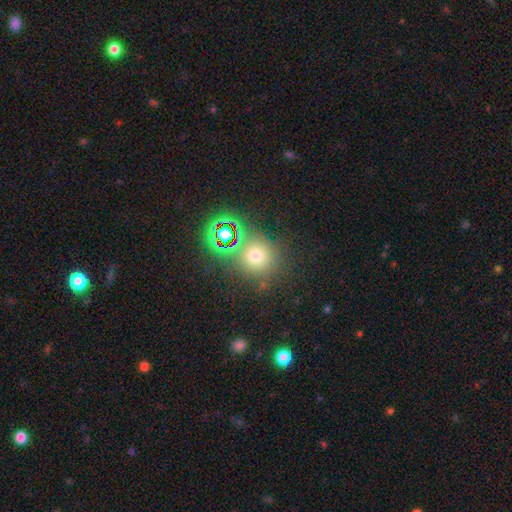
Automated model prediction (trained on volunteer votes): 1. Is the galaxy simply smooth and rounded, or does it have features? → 61% smooth, 30% star or artifact, 9% featured or disk.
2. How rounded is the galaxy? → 86% round, 13% in between, 1% cigar-shaped.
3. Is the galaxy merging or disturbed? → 73% none, 11% merger, 11% minor disturbance, 5% major disturbance.